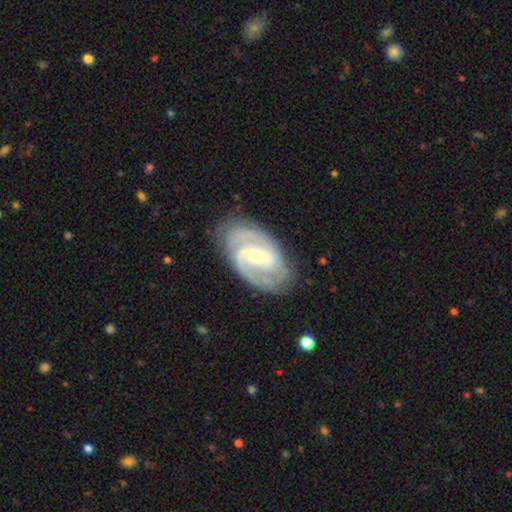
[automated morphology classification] smooth-or-featured: featured or disk: 88% | smooth: 8% | star or artifact: 4%
  disk-edge-on: no: 97% | yes: 3%
    bar: weak: 45% | strong: 38% | no: 17%
    has-spiral-arms: yes: 95% | no: 5%
      spiral-winding: tight: 46% | medium: 44% | loose: 10%
      spiral-arm-count: 2: 71% | 3: 11% | can't tell: 11% | 1: 3% | 4: 2% | more than 4: 2%
    bulge-size: small: 54% | moderate: 43% | large: 2% | none: 1% | dominant: 1%
  merging: none: 78% | minor disturbance: 16% | major disturbance: 5% | merger: 1%